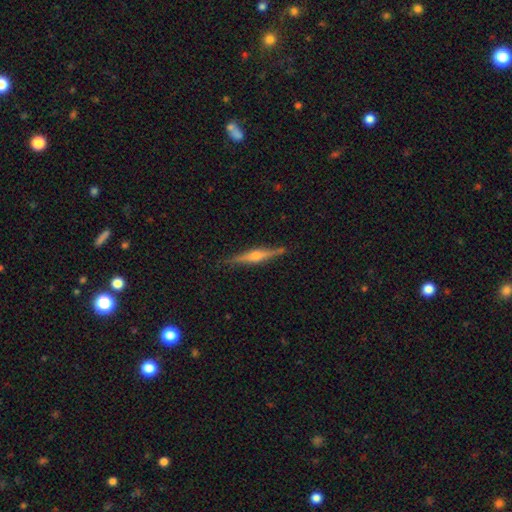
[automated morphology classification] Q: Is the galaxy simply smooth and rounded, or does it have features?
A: featured or disk — 74%.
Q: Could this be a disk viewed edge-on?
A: yes — 98%.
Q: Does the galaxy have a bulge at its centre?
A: rounded — 89%.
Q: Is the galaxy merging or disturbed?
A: none — 87%.